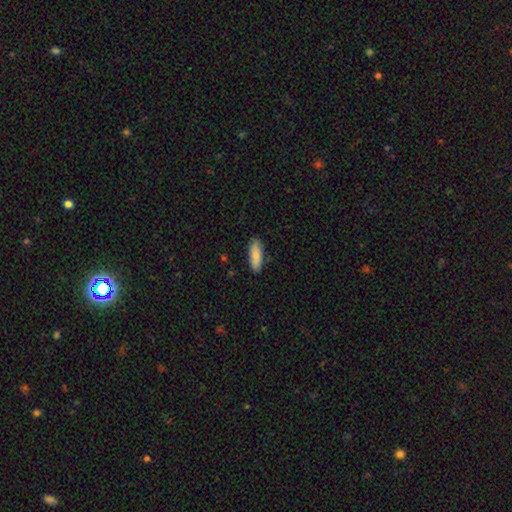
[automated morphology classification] The model was most divided on "how rounded": in between: 64%, cigar-shaped: 34%, round: 2%. More confident: merging — none (87%); smooth or featured — smooth (85%).